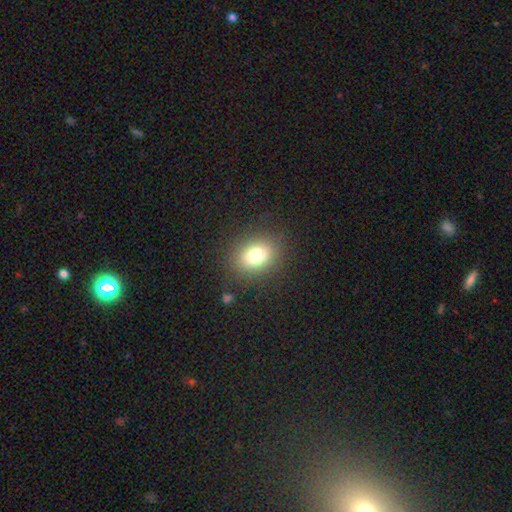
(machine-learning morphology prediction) Overall: smooth (77%). How rounded: in between (58%; round 41%). Merging: none (85%).